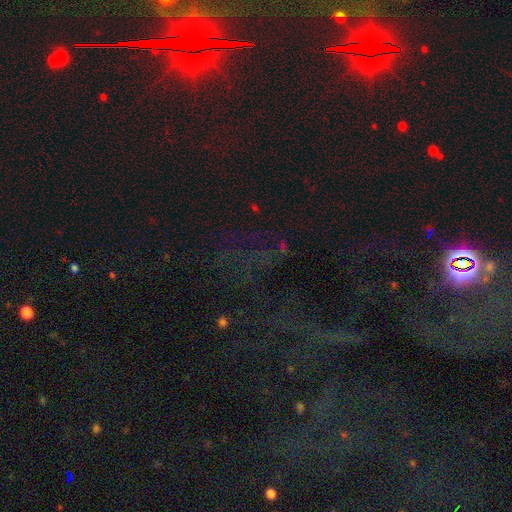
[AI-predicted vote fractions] star or artifact 83%, smooth 9%, featured or disk 9%.